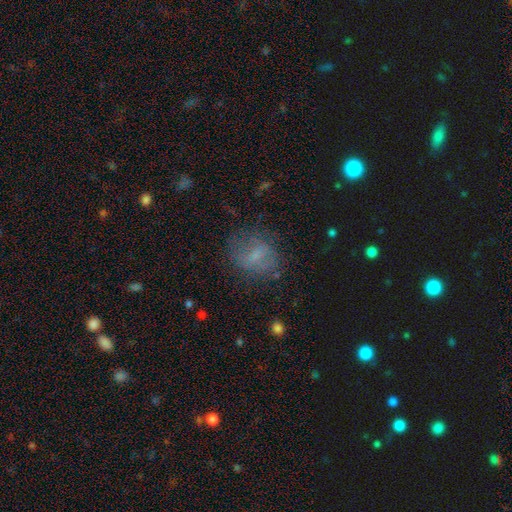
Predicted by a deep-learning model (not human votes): Q: Smooth or featured?
A: smooth (59%); runner-up: featured or disk (28%)
Q: How rounded?
A: round (50%); runner-up: in between (48%)
Q: Merging?
A: none (64%); runner-up: minor disturbance (20%)